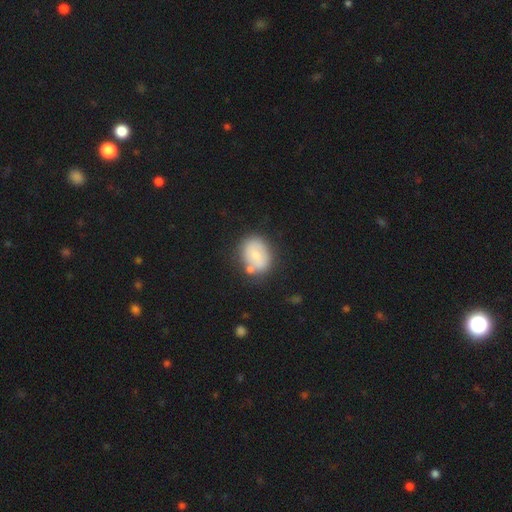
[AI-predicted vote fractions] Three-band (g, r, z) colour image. It shows a smooth galaxy with no disk features (66%) that is in between round and cigar-shaped (58%). Merging: none (67%).